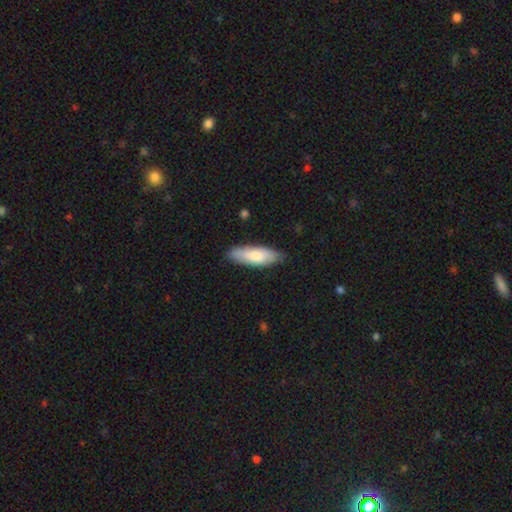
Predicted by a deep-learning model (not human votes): Smooth or featured?
  - smooth: 77% *
  - featured or disk: 18%
  - star or artifact: 5%
How rounded?
  - in between: 55% *
  - cigar-shaped: 43%
  - round: 2%
Merging?
  - none: 82% *
  - minor disturbance: 14%
  - major disturbance: 2%
  - merger: 1%